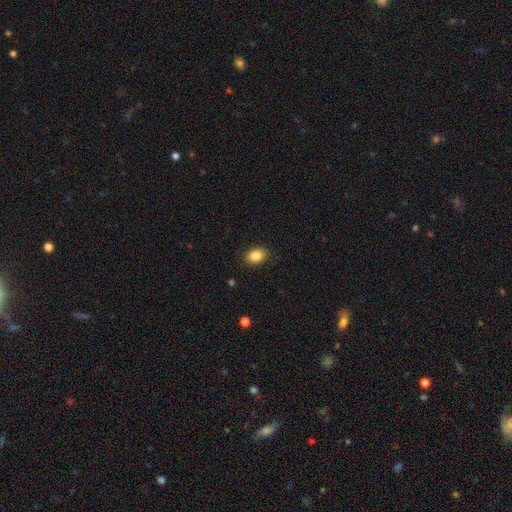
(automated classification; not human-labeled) smooth_or_featured: smooth (p=0.86) [alt: star or artifact p=0.09]
how_rounded: in between (p=0.75) [alt: round p=0.24]
merging: none (p=0.88) [alt: minor disturbance p=0.09]